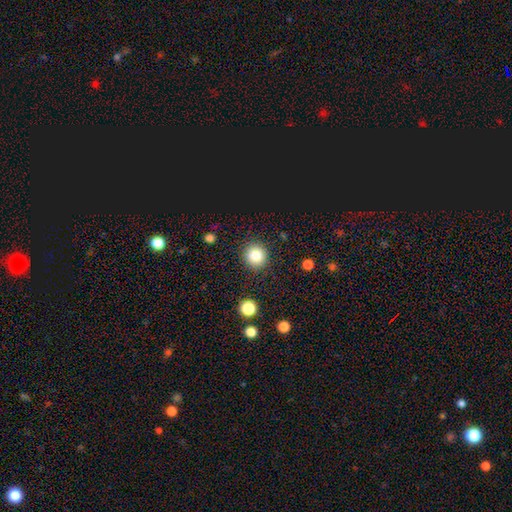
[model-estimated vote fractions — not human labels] This is clearly a smooth galaxy (81%). How rounded: clearly round (92%). Merging: clearly none (90%).